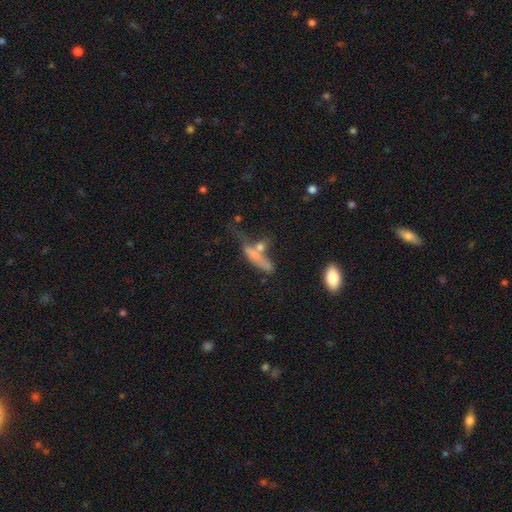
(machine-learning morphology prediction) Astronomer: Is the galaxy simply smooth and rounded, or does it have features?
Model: smooth — 58%.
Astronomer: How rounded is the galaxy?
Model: cigar-shaped — 72%.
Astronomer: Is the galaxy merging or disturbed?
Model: none — 35% (runner-up: merger, 27%).